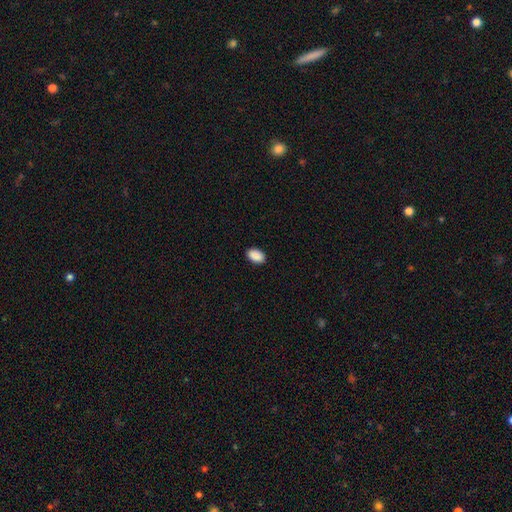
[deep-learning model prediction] Smooth or featured? smooth (91%)
How rounded? in between (91%)
Merging? none (90%)